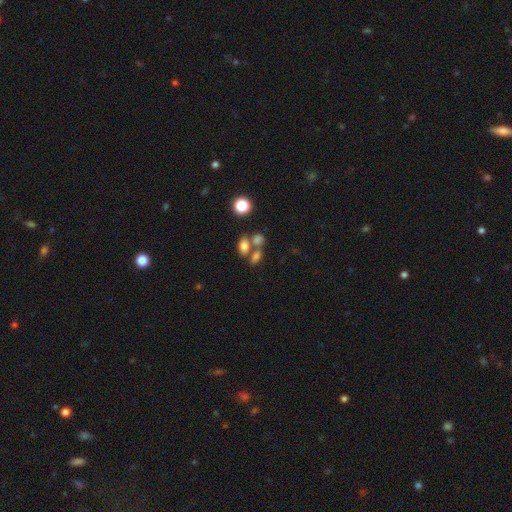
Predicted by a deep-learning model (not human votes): Smooth or featured: smooth — 71% (featured or disk — 15%)
How rounded: in between — 79% (round — 17%)
Merging: merger — 46% (none — 39%)